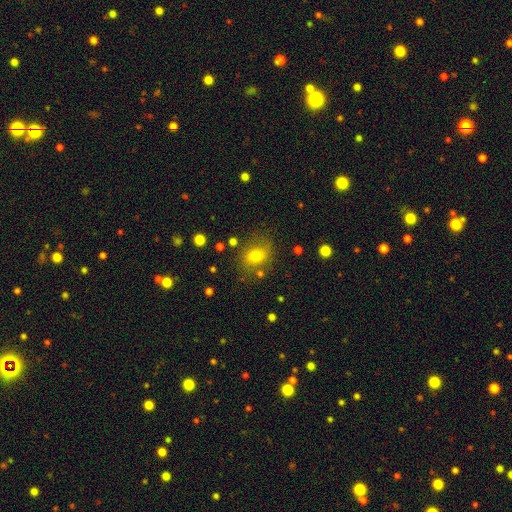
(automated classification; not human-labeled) smooth 70%, featured or disk 16%, star or artifact 14%. Down the decision tree: how rounded — round (53%); merging — none (74%).